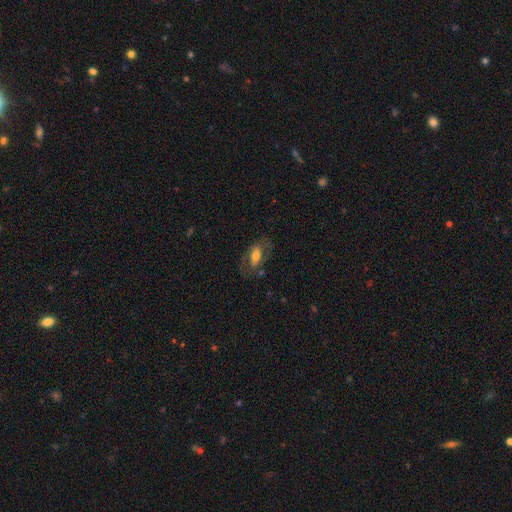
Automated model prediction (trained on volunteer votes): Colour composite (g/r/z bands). It shows a smooth galaxy with no disk features (49%). Merging: none (65%).